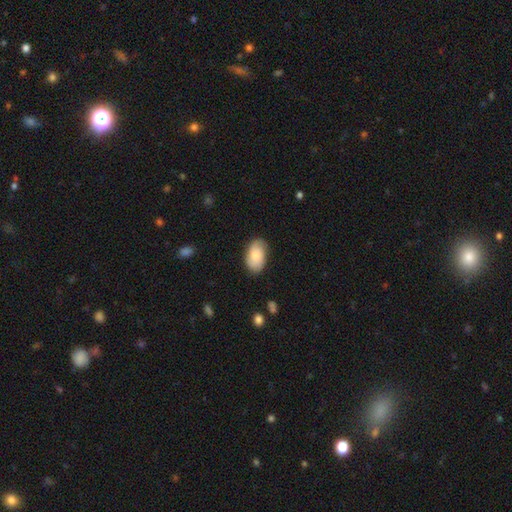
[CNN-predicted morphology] This is likely a smooth galaxy (77%). How rounded: clearly in between (93%). Merging: likely none (78%).